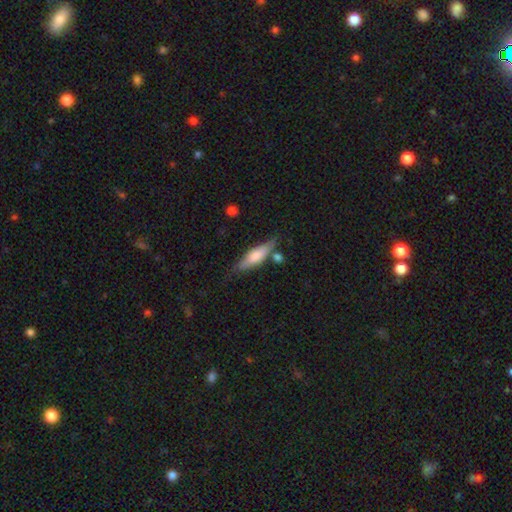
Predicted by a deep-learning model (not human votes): smooth-or-featured: smooth: 58% | featured or disk: 36% | star or artifact: 6%
  how-rounded: cigar-shaped: 60% | in between: 37% | round: 2%
  merging: none: 66% | minor disturbance: 20% | merger: 9% | major disturbance: 5%